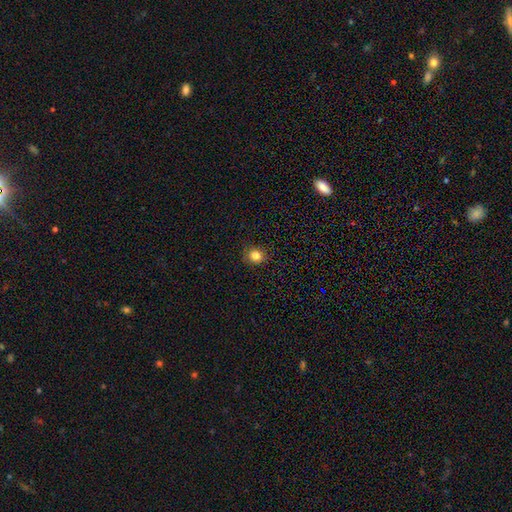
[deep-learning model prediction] Smooth or featured: smooth — 83% (star or artifact — 12%)
How rounded: round — 82% (in between — 17%)
Merging: none — 88% (minor disturbance — 9%)